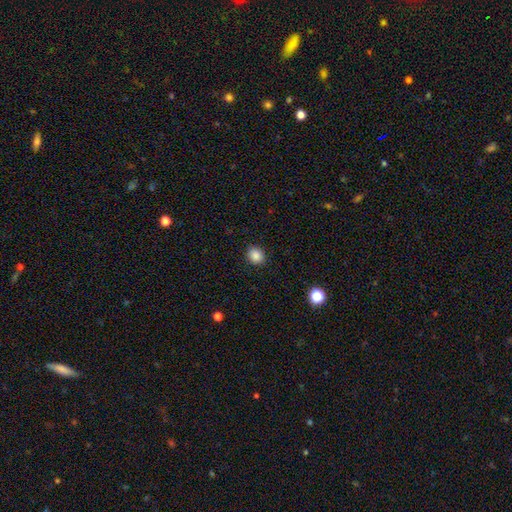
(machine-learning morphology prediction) Smooth or featured?
  - smooth: 87% *
  - star or artifact: 10%
  - featured or disk: 3%
How rounded?
  - round: 77% *
  - in between: 22%
  - cigar-shaped: 1%
Merging?
  - none: 91% *
  - minor disturbance: 6%
  - major disturbance: 2%
  - merger: 1%